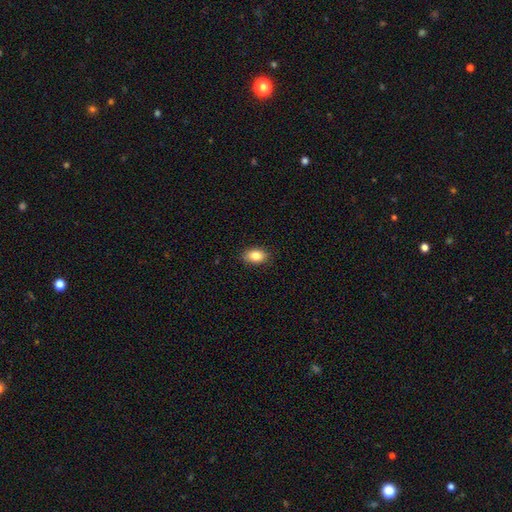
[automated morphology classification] smooth-or-featured: smooth: 85% | star or artifact: 8% | featured or disk: 7%
  how-rounded: in between: 85% | round: 13% | cigar-shaped: 2%
  merging: none: 86% | minor disturbance: 11% | major disturbance: 2% | merger: 1%